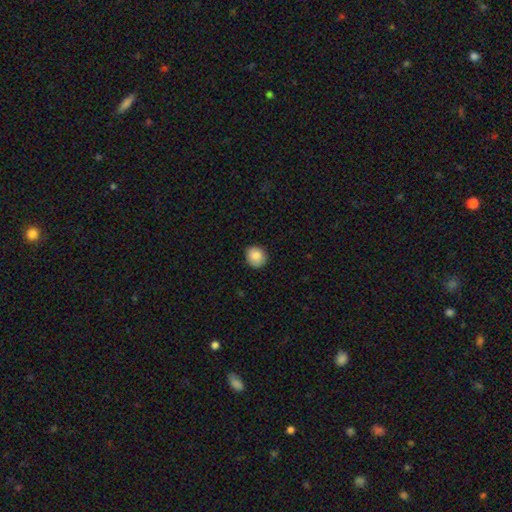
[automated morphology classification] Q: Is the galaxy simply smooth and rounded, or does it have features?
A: smooth — 85%.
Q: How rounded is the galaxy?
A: round — 78%.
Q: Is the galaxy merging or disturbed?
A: none — 86%.